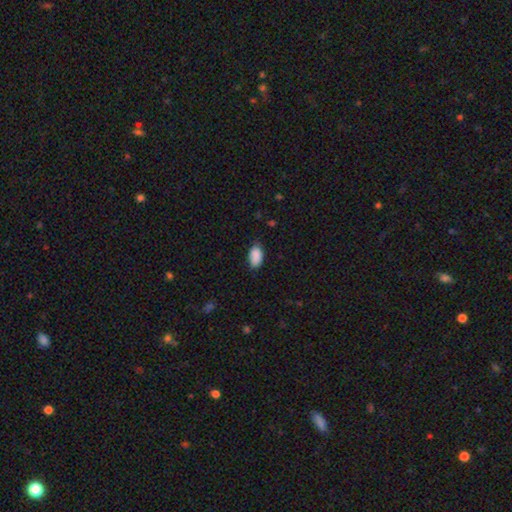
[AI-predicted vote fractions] The model was most divided on "merging": none: 73%, minor disturbance: 22%, major disturbance: 4%, merger: 1%. More confident: how rounded — in between (93%); smooth or featured — smooth (88%).